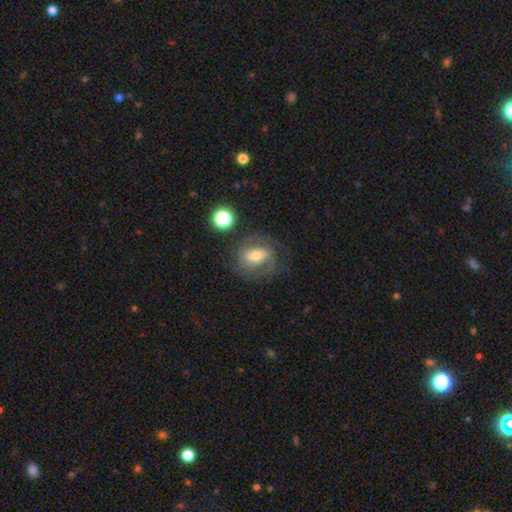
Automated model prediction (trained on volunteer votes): This is likely a featured or disk galaxy (60%). It is clearly not viewed edge-on (95%). Bar: marginally weak (43%). Spiral arm pattern: clearly yes (82%). Central bulge: likely moderate (62%). Merging: likely none (61%).